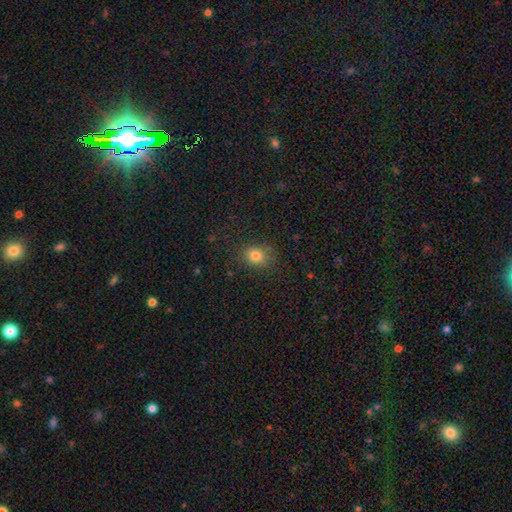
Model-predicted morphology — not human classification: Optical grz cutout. It shows a smooth galaxy with no disk features (80%) that is round (62%). Merging: none (81%).